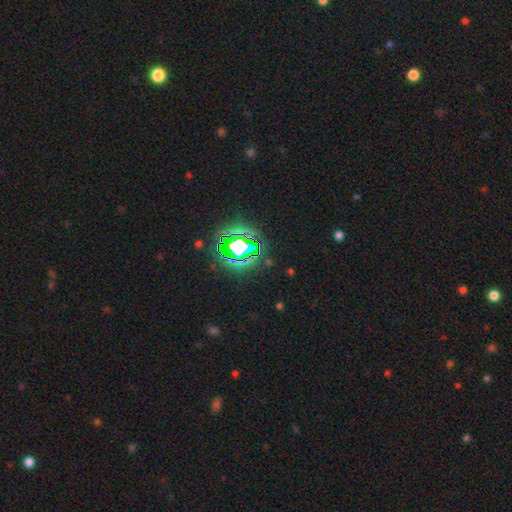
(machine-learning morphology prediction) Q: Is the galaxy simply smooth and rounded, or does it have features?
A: star or artifact — 84%.